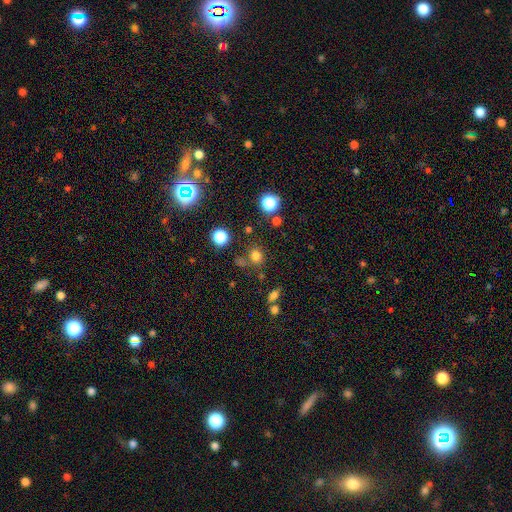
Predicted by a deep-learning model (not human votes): Smooth or featured? Predicted: smooth (p=0.73). How rounded? Predicted: round (p=0.74). Merging? Predicted: none (p=0.69).